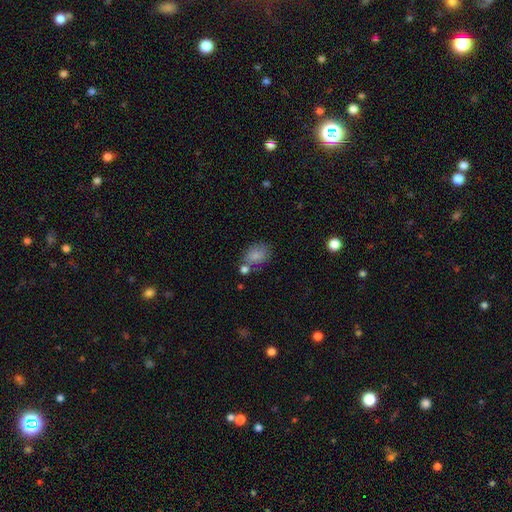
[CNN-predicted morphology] Smooth or featured: smooth — 80% (featured or disk — 11%)
How rounded: in between — 67% (round — 31%)
Merging: none — 54% (merger — 21%)